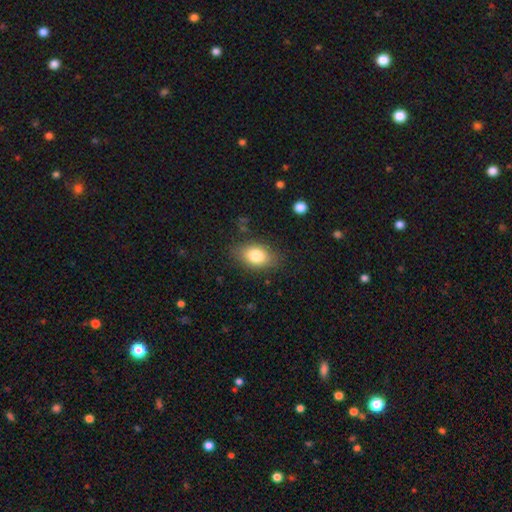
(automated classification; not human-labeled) A smooth galaxy with no disk features (81%) that is in between round and cigar-shaped (85%). Merging: none (82%).